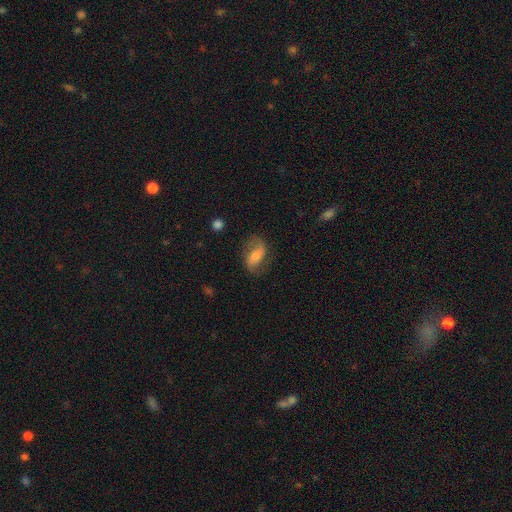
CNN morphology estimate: The model was most divided on "bar" (2-way tie): no: 37%, weak: 37%, strong: 26%. Remaining: edge-on disk — no (94%); spiral arms — yes (86%); merging — none (67%); smooth or featured — featured or disk (54%); bulge size — moderate (44%).